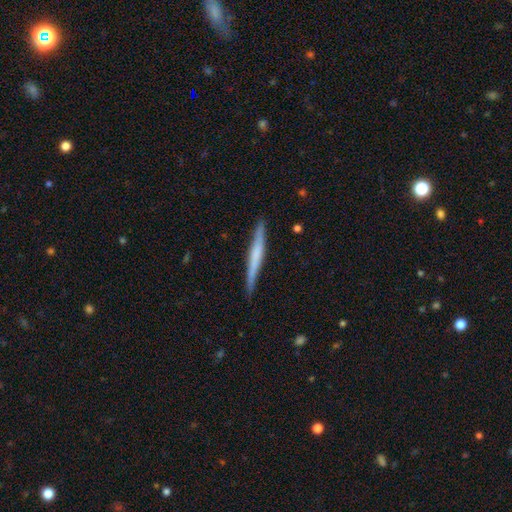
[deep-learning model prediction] A featured or disk galaxy (49%).

Vote fractions:
- Smooth or featured? featured or disk: 49% / smooth: 45% / star or artifact: 6%
- Merging? none: 88% / minor disturbance: 9% / major disturbance: 2% / merger: 1%